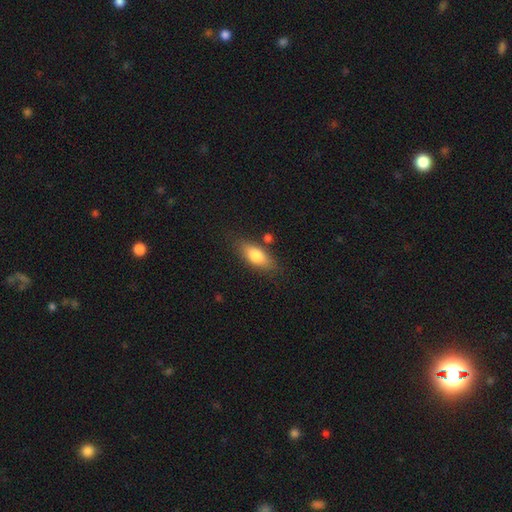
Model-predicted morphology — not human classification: Q: Smooth or featured?
A: smooth (77%); runner-up: featured or disk (16%)
Q: How rounded?
A: in between (79%); runner-up: cigar-shaped (17%)
Q: Merging?
A: none (77%); runner-up: minor disturbance (14%)